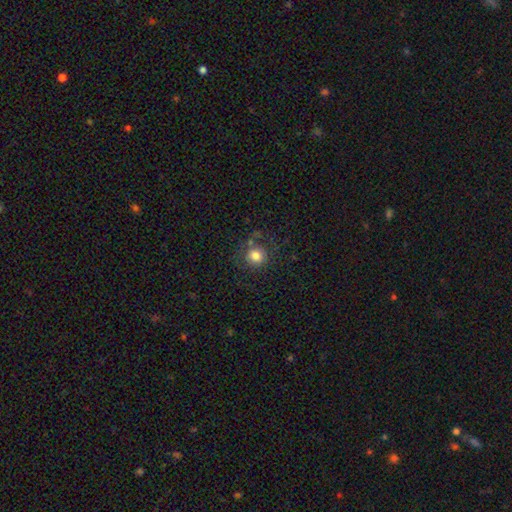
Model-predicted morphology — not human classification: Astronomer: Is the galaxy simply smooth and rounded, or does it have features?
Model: smooth — 79%.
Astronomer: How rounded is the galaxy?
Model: round — 89%.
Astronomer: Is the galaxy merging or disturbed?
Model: none — 74%.